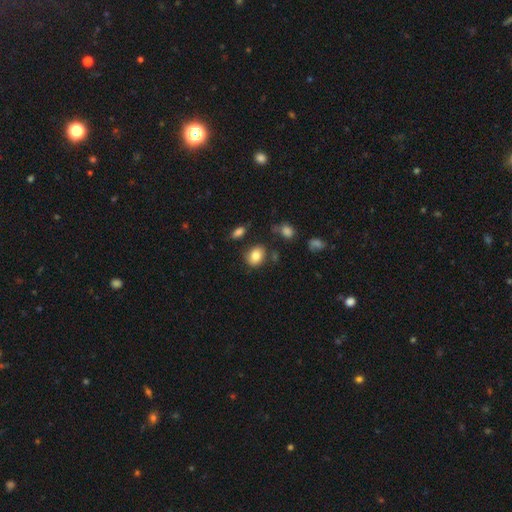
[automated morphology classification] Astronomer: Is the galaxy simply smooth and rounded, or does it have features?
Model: smooth — 82%.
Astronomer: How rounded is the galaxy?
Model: in between — 57% (runner-up: round, 42%).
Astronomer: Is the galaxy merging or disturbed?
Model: none — 76%.